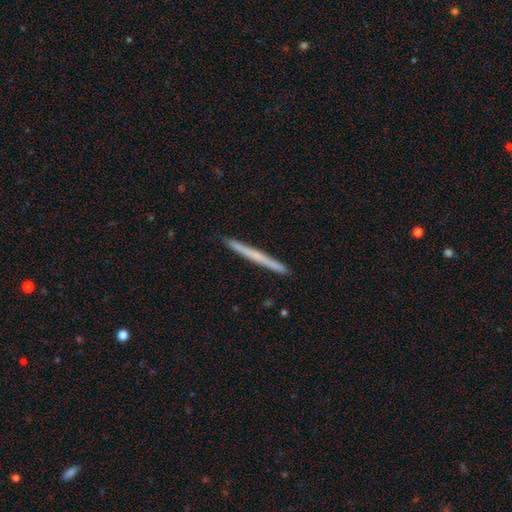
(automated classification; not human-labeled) Smooth or featured?
  - smooth: 52% *
  - featured or disk: 43%
  - star or artifact: 6%
How rounded?
  - cigar-shaped: 97% *
  - in between: 1%
  - round: 1%
Merging?
  - none: 93% *
  - minor disturbance: 5%
  - major disturbance: 1%
  - merger: 1%